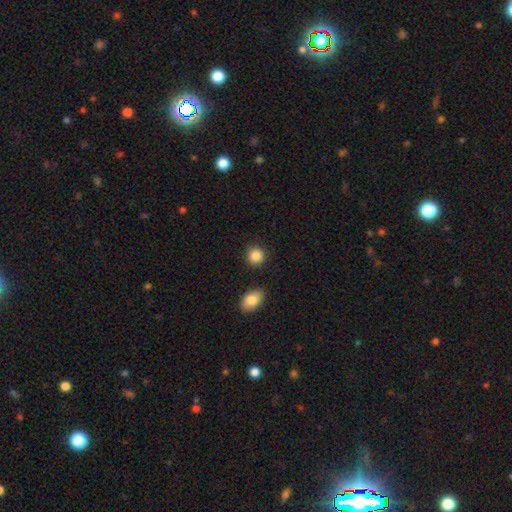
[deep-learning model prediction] Smooth or featured? smooth (87%)
How rounded? round (88%)
Merging? none (89%)